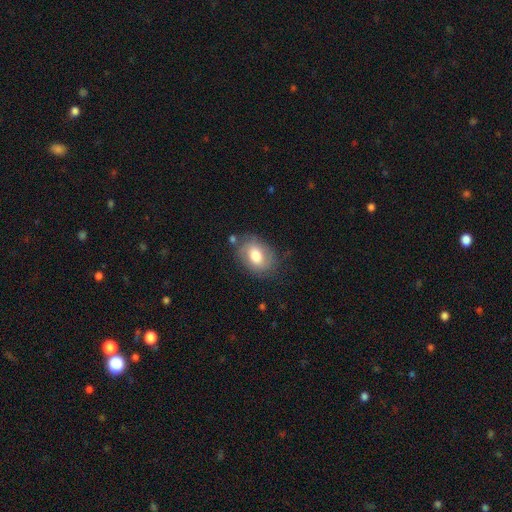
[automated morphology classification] Smooth or featured?
  - smooth: 70% *
  - featured or disk: 23%
  - star or artifact: 8%
How rounded?
  - in between: 76% *
  - round: 23%
  - cigar-shaped: 1%
Merging?
  - none: 71% *
  - minor disturbance: 19%
  - major disturbance: 7%
  - merger: 3%